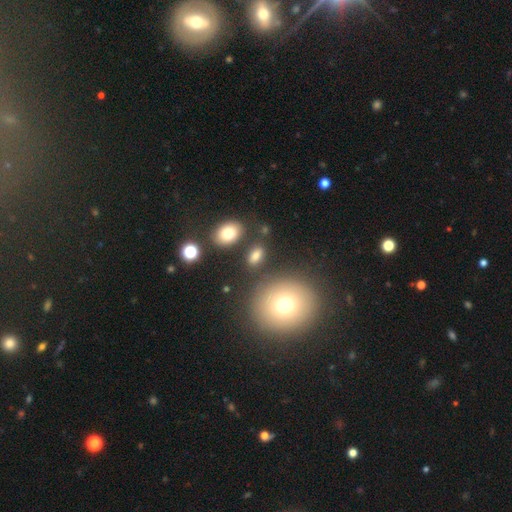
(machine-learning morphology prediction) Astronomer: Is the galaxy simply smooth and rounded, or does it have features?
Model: smooth — 77%.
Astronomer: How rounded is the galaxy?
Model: in between — 84%.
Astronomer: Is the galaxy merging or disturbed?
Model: none — 79%.